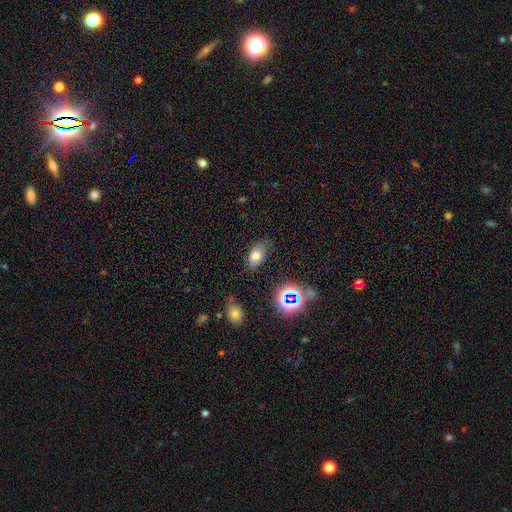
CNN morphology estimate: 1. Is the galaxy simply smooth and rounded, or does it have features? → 69% smooth, 18% star or artifact, 13% featured or disk.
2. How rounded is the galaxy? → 87% in between, 11% round, 2% cigar-shaped.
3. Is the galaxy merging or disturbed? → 74% none, 18% minor disturbance, 5% major disturbance, 2% merger.